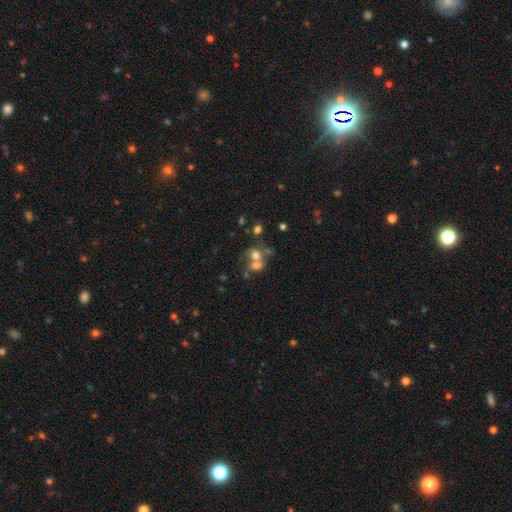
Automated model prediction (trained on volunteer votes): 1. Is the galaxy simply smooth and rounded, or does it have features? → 60% smooth, 26% featured or disk, 14% star or artifact.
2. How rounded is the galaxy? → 58% round, 41% in between, 1% cigar-shaped.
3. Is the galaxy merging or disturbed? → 62% merger, 24% none, 8% minor disturbance, 6% major disturbance.